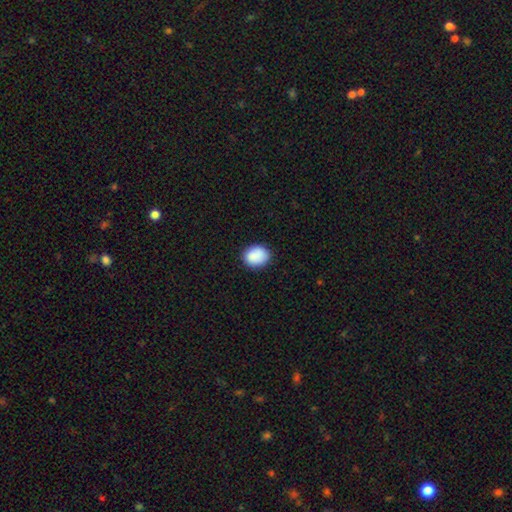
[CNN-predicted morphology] Overall: smooth (89%). How rounded: round (50%; in between 49%). Merging: none (85%).